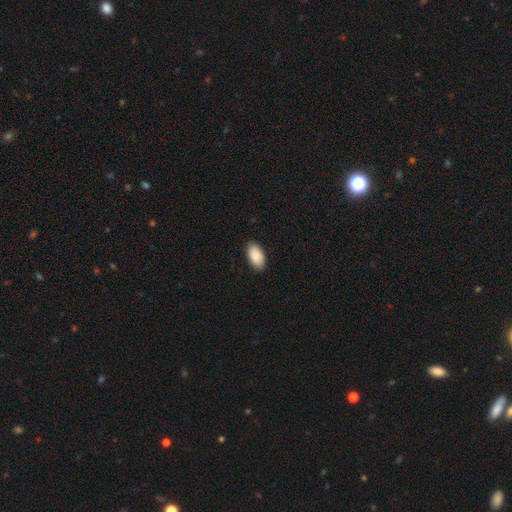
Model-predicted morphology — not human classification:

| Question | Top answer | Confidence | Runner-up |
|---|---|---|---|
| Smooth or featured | smooth | 90% | star or artifact (6%) |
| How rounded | in between | 95% | round (3%) |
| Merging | none | 88% | minor disturbance (9%) |